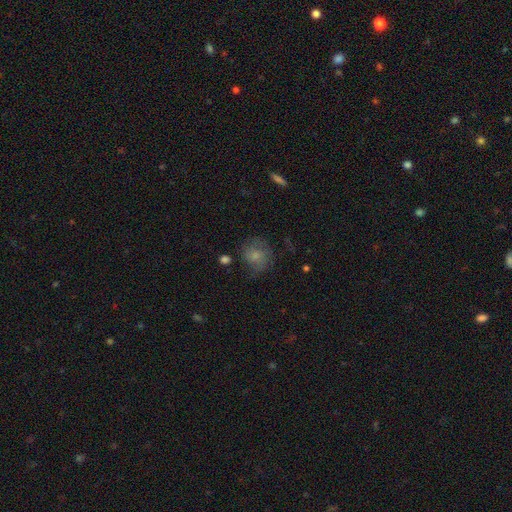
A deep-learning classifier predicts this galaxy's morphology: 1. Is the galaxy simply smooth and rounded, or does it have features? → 60% smooth, 31% featured or disk, 9% star or artifact.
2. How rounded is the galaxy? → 76% round, 23% in between, 1% cigar-shaped.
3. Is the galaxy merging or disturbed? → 54% none, 25% minor disturbance, 18% major disturbance, 3% merger.